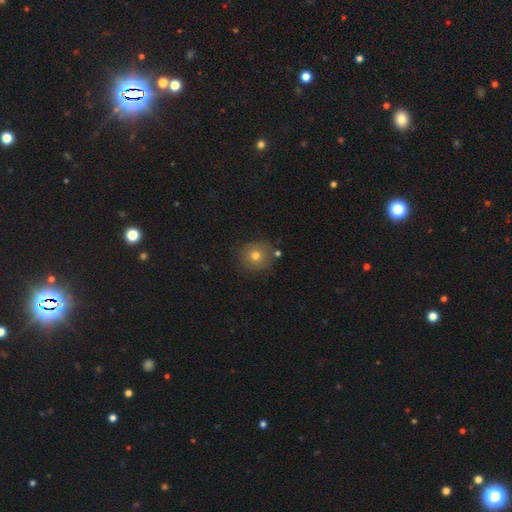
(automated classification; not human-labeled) Overall: smooth (72%). How rounded: round (89%). Merging: none (79%).